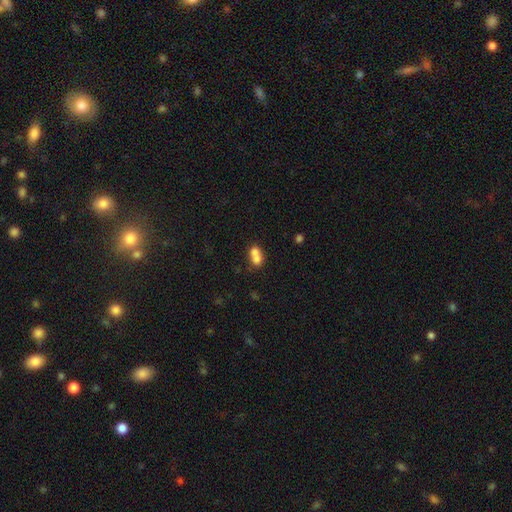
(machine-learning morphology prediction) Overall: smooth (71%). How rounded: in between (53%; round 45%). Merging: merger (68%).